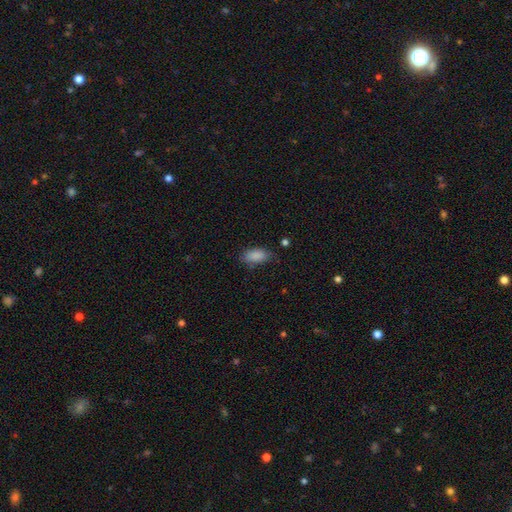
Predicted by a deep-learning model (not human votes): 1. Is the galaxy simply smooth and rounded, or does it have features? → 88% smooth, 7% star or artifact, 5% featured or disk.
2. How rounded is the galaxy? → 92% in between, 5% cigar-shaped, 3% round.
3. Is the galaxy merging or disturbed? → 72% none, 21% minor disturbance, 5% major disturbance, 2% merger.